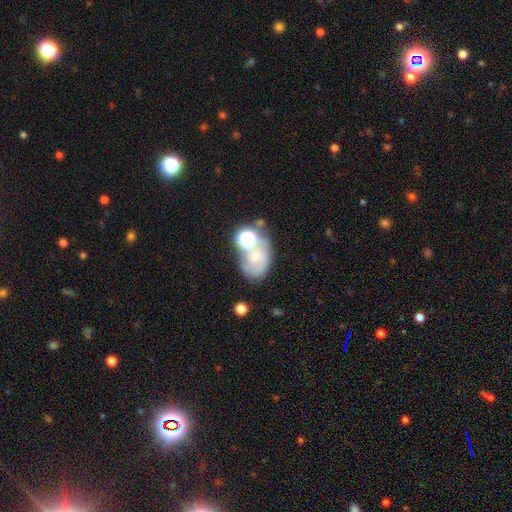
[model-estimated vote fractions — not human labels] smooth_or_featured: featured or disk (p=0.43) [alt: smooth p=0.41]
merging: none (p=0.37) [alt: merger p=0.27]